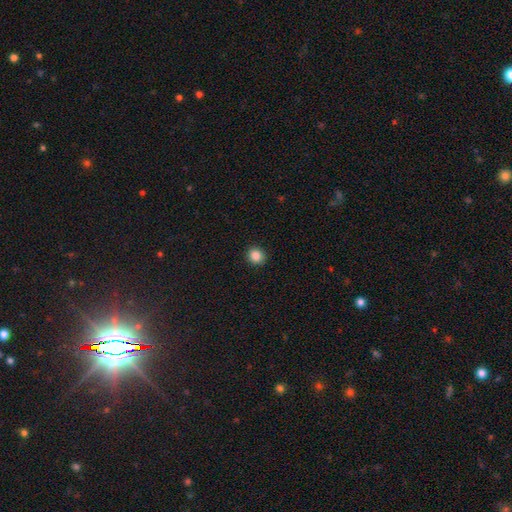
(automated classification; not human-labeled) Smooth or featured: smooth — 86% (star or artifact — 10%)
How rounded: round — 82% (in between — 17%)
Merging: none — 92% (minor disturbance — 5%)